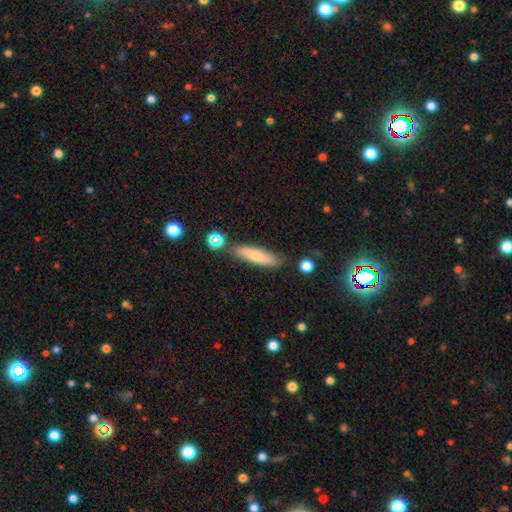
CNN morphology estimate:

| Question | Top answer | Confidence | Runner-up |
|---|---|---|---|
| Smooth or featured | smooth | 71% | featured or disk (22%) |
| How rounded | cigar-shaped | 69% | in between (29%) |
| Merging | none | 77% | minor disturbance (14%) |